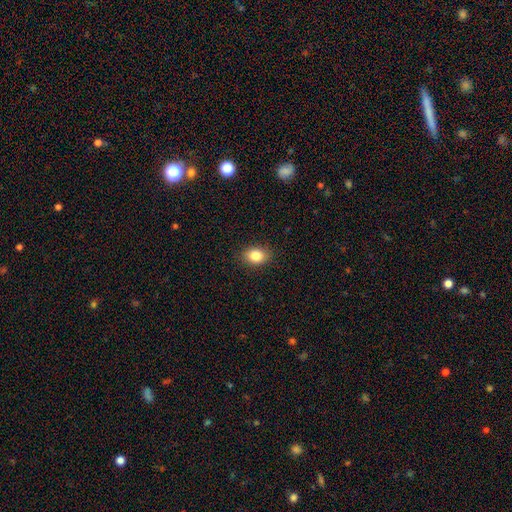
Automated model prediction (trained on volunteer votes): A smooth galaxy with no disk features (85%) that is in between round and cigar-shaped (72%). Merging: none (89%).